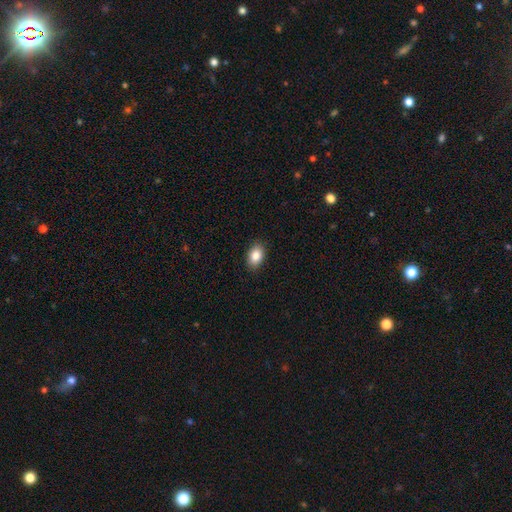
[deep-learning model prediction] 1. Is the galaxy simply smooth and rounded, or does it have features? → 85% smooth, 8% star or artifact, 7% featured or disk.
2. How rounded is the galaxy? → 83% in between, 16% round, 1% cigar-shaped.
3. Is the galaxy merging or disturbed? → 89% none, 8% minor disturbance, 2% major disturbance, 1% merger.